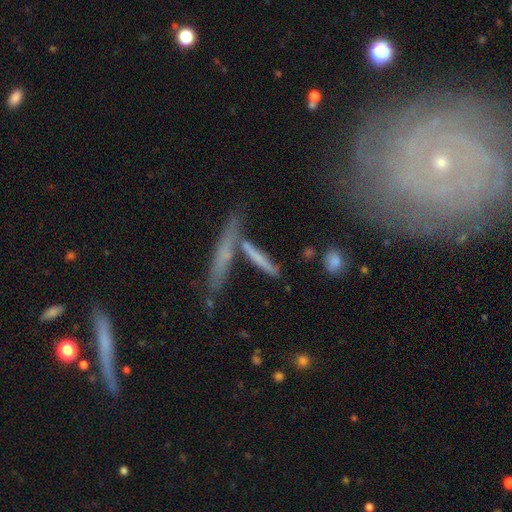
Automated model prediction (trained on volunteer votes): The model was most divided on "smooth or featured": smooth: 53%, featured or disk: 38%, star or artifact: 9%. More confident: how rounded — cigar-shaped (90%); merging — none (68%).